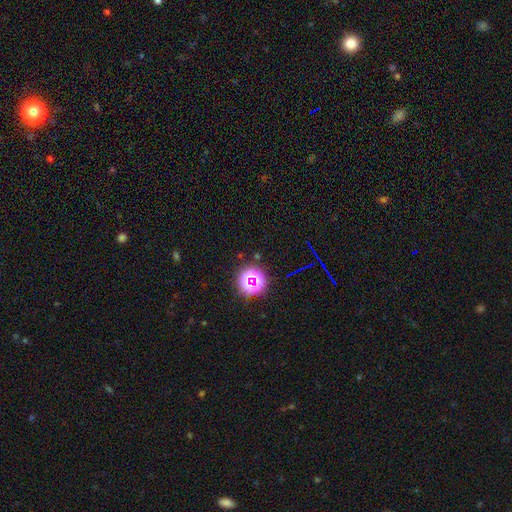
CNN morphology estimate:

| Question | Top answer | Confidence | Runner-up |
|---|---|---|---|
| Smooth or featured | star or artifact | 72% | smooth (20%) |